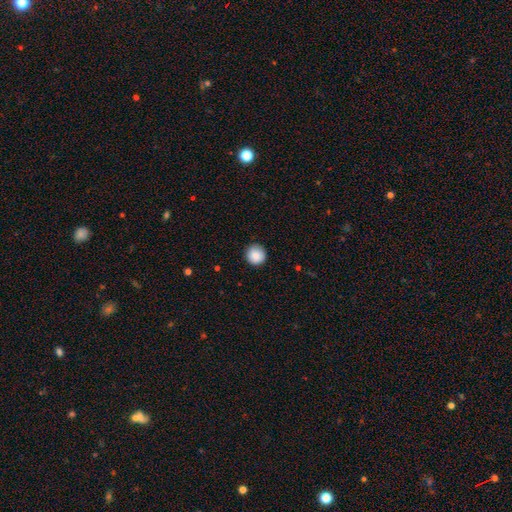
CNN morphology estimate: smooth-or-featured: smooth: 89% | star or artifact: 8% | featured or disk: 3%
  how-rounded: round: 95% | in between: 4% | cigar-shaped: 1%
  merging: none: 91% | minor disturbance: 7% | major disturbance: 2% | merger: 1%